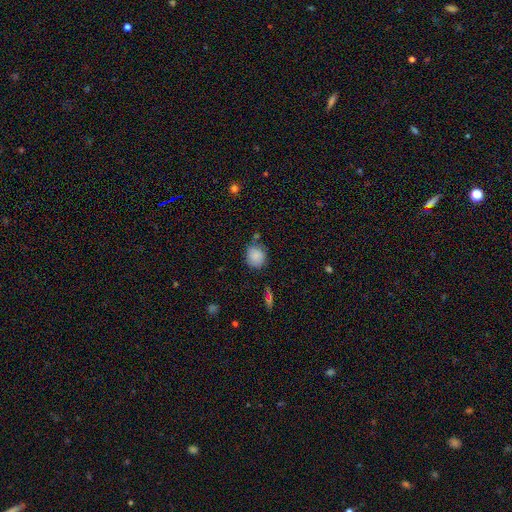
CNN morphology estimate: smooth 85%, star or artifact 9%, featured or disk 6%. Down the decision tree: how rounded — round (76%); merging — none (72%).